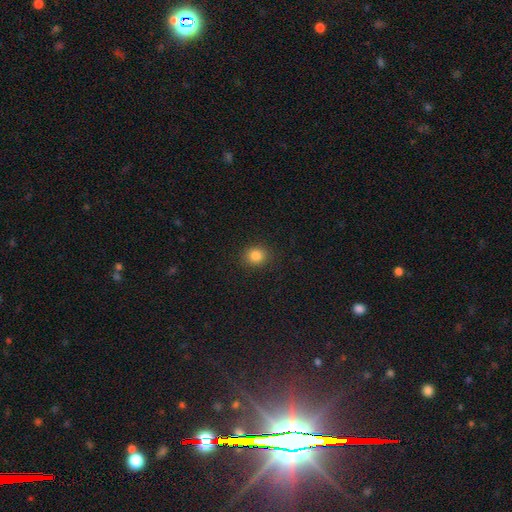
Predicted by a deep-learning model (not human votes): smooth-or-featured: smooth: 84% | star or artifact: 11% | featured or disk: 5%
  how-rounded: round: 77% | in between: 22% | cigar-shaped: 1%
  merging: none: 89% | minor disturbance: 7% | major disturbance: 2% | merger: 1%